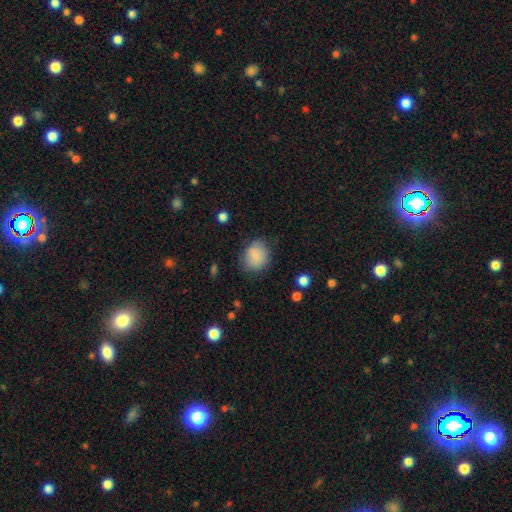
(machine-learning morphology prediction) A smooth galaxy with no disk features (82%) that is round (59%). Merging: none (76%).